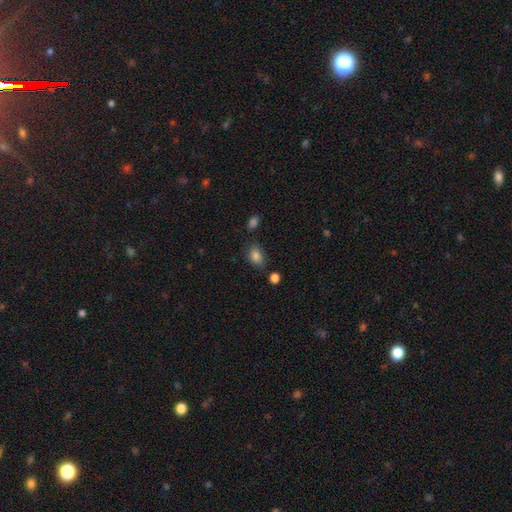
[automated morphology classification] The model was most divided on "merging": none: 74%, minor disturbance: 17%, merger: 5%, major disturbance: 4%. More confident: smooth or featured — smooth (84%); how rounded — in between (81%).